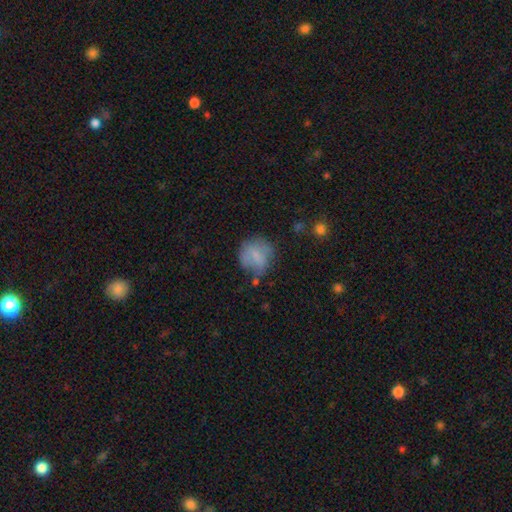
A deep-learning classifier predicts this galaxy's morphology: Smooth or featured?
  - smooth: 69% *
  - featured or disk: 21%
  - star or artifact: 9%
How rounded?
  - round: 79% *
  - in between: 20%
  - cigar-shaped: 1%
Merging?
  - none: 53% *
  - minor disturbance: 27%
  - major disturbance: 14%
  - merger: 5%